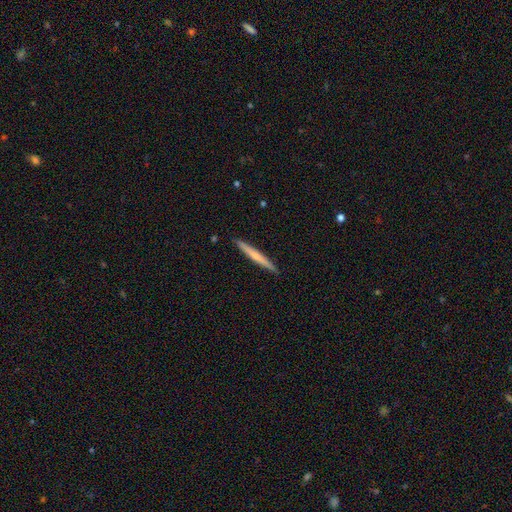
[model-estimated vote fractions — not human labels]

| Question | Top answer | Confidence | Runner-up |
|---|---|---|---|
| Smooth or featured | smooth | 49% | featured or disk (45%) |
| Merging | none | 92% | minor disturbance (6%) |